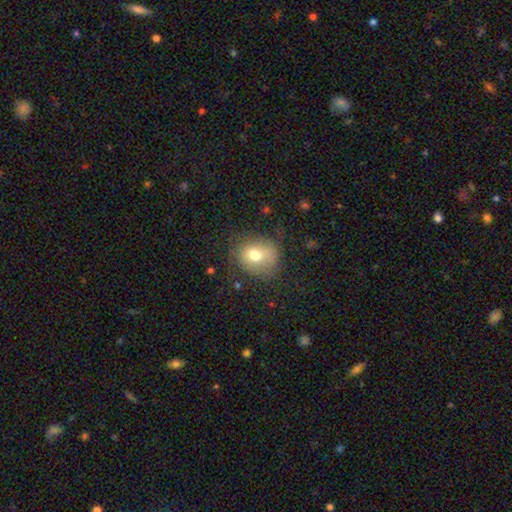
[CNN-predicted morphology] Smooth or featured? Predicted: smooth (p=0.72). How rounded? Predicted: round (p=0.70). Merging? Predicted: none (p=0.62).